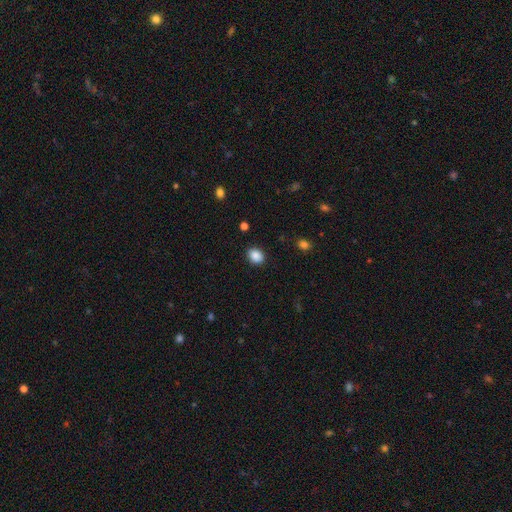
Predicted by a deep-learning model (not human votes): Smooth or featured? smooth (88%)
How rounded? in between (58%)
Merging? none (87%)